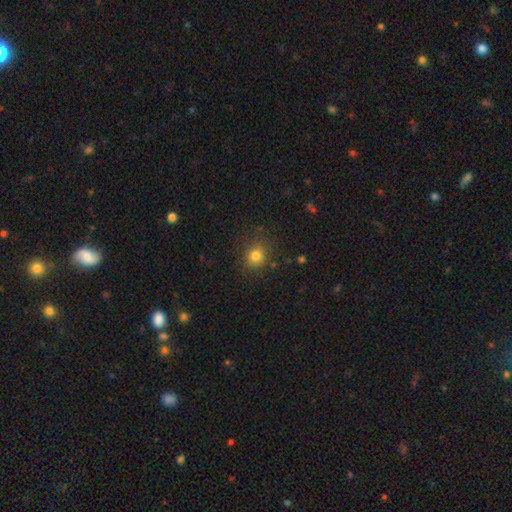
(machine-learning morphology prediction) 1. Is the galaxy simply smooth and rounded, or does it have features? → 78% smooth, 14% star or artifact, 8% featured or disk.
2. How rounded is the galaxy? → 73% round, 26% in between, 1% cigar-shaped.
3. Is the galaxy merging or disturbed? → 79% none, 13% minor disturbance, 5% major disturbance, 2% merger.